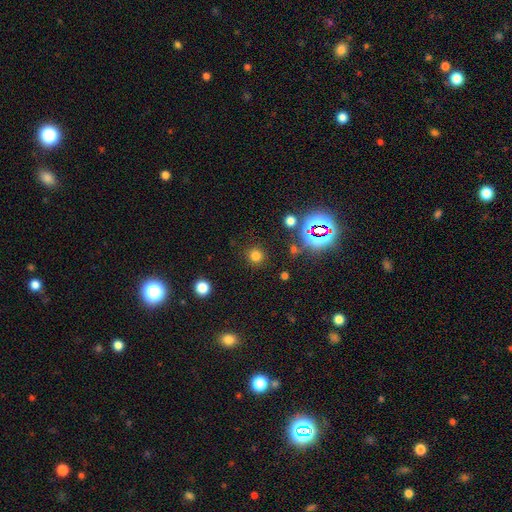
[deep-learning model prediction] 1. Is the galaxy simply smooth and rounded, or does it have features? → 71% smooth, 23% star or artifact, 6% featured or disk.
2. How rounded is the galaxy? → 92% round, 7% in between, 1% cigar-shaped.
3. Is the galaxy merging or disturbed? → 87% none, 7% minor disturbance, 3% major disturbance, 3% merger.